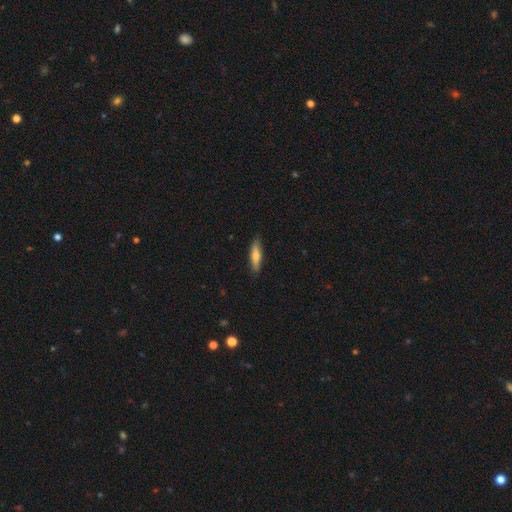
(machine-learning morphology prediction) Smooth or featured?
  - smooth: 61% *
  - featured or disk: 33%
  - star or artifact: 6%
How rounded?
  - cigar-shaped: 79% *
  - in between: 19%
  - round: 2%
Merging?
  - none: 86% *
  - minor disturbance: 11%
  - major disturbance: 2%
  - merger: 1%